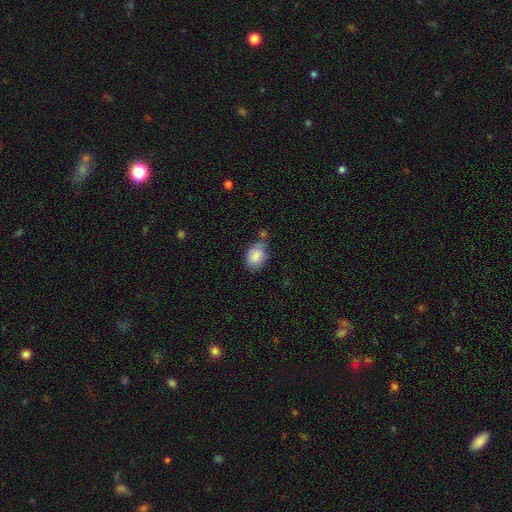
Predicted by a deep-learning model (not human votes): A smooth galaxy with no disk features (84%) that is in between round and cigar-shaped (80%).

Vote fractions:
- Smooth or featured? smooth: 84% / featured or disk: 9% / star or artifact: 7%
- How rounded? in between: 80% / round: 19% / cigar-shaped: 1%
- Merging? none: 53% / minor disturbance: 27% / merger: 13% / major disturbance: 7%